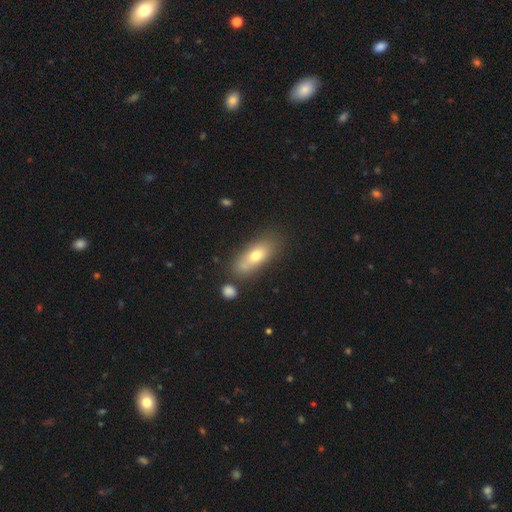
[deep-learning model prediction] Smooth or featured? smooth (67%)
How rounded? in between (72%)
Merging? none (65%)